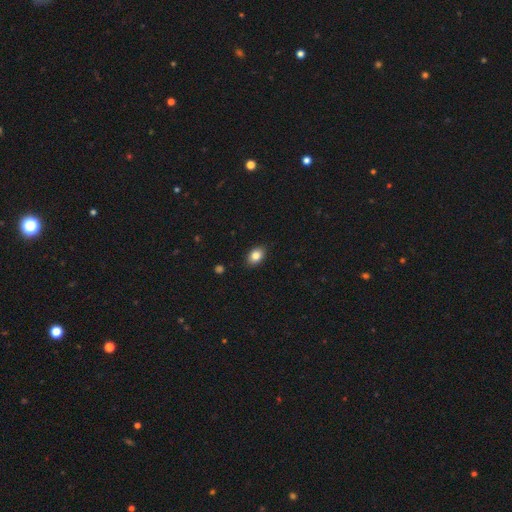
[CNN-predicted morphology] Overall: smooth (84%). How rounded: in between (79%). Merging: none (89%).